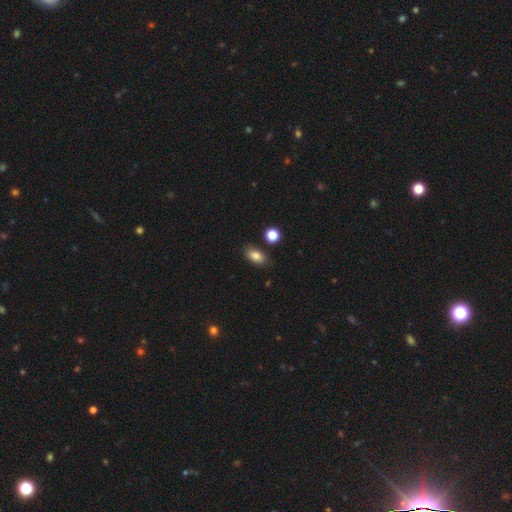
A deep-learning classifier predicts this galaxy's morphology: Smooth or featured?
  - smooth: 84% *
  - star or artifact: 9%
  - featured or disk: 7%
How rounded?
  - in between: 88% *
  - round: 8%
  - cigar-shaped: 4%
Merging?
  - none: 82% *
  - minor disturbance: 12%
  - merger: 4%
  - major disturbance: 3%